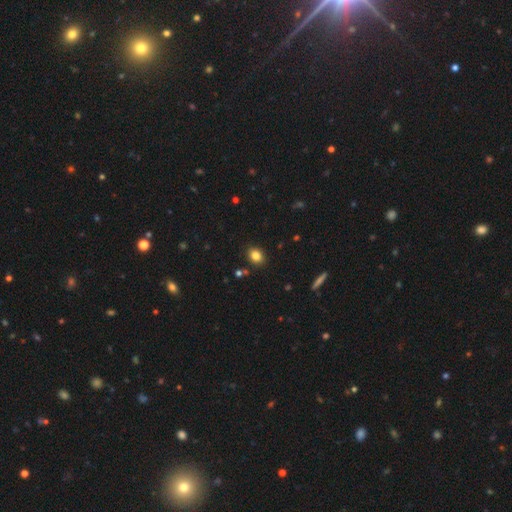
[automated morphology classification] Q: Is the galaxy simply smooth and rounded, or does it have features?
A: smooth — 83%.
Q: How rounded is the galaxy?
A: in between — 51%.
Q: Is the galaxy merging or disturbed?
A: none — 87%.